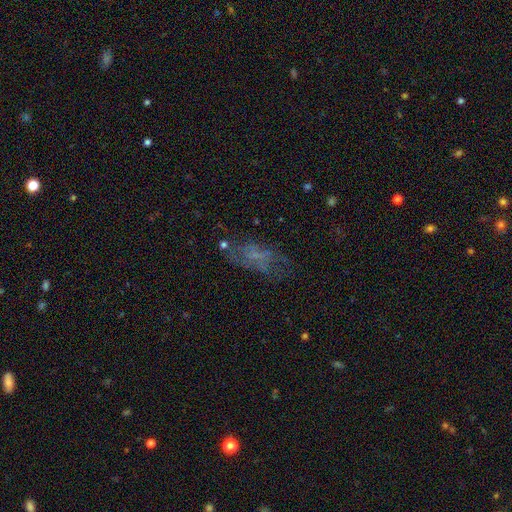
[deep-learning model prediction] This is marginally a featured or disk galaxy (44%). Merging: possibly none (51%).